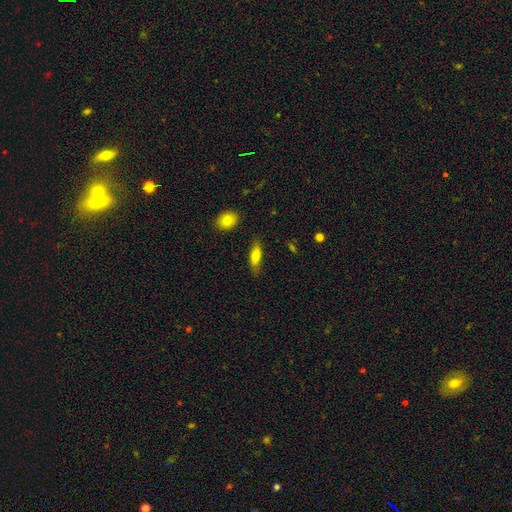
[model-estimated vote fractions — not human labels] Morphology: type=smooth (68%); roundness=in between (52%); merging=none (78%).